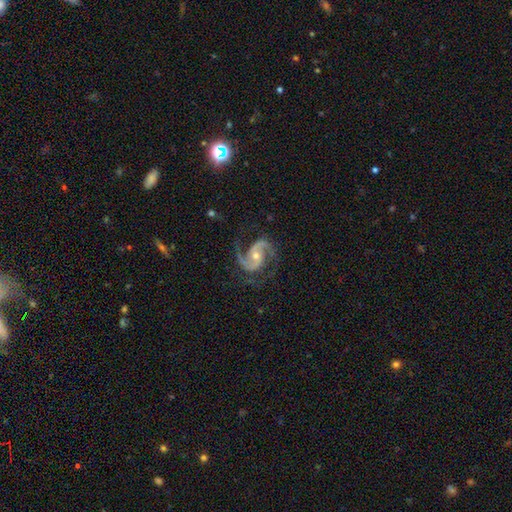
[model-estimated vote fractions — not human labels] featured or disk 93%, star or artifact 4%, smooth 3%. Down the decision tree: edge-on disk — no (98%); bar — no (53%); spiral arms — yes (98%); spiral arm count — 2 (93%); spiral winding — medium (63%); bulge size — moderate (49%); merging — none (77%).